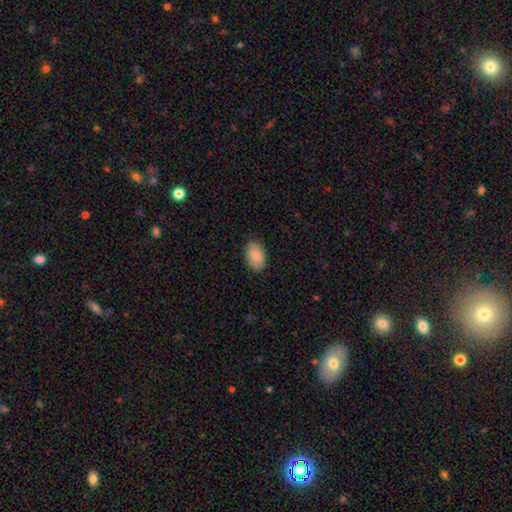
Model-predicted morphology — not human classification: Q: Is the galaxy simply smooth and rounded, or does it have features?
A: smooth — 85%.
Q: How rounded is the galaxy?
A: in between — 89%.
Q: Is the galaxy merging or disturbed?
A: none — 85%.